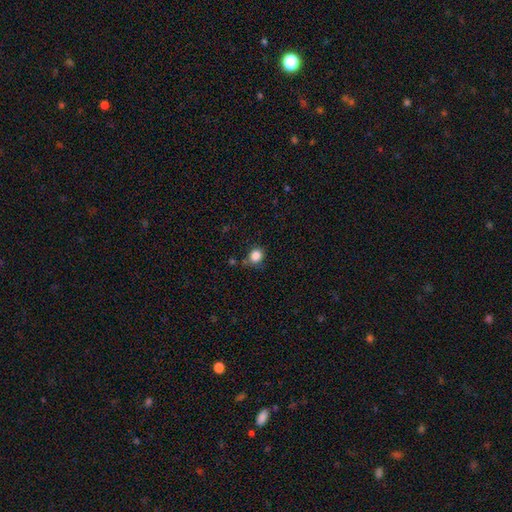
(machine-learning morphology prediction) A smooth galaxy with no disk features (85%) that is round (79%).

Vote fractions:
- Smooth or featured? smooth: 85% / star or artifact: 11% / featured or disk: 4%
- How rounded? round: 79% / in between: 21% / cigar-shaped: 1%
- Merging? none: 78% / minor disturbance: 13% / merger: 5% / major disturbance: 4%